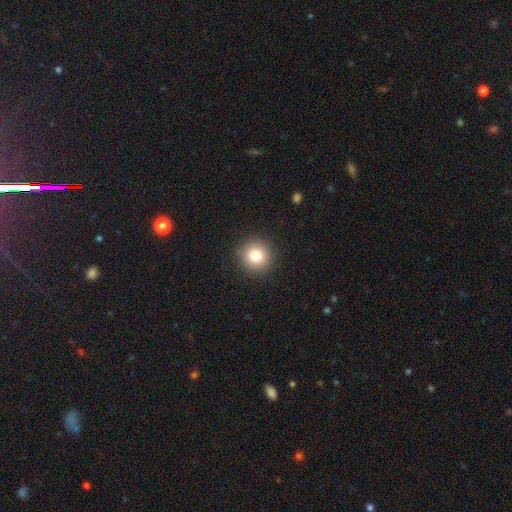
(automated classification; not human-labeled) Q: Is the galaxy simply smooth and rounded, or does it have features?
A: smooth — 81%.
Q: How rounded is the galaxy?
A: round — 94%.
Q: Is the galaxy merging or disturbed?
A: none — 91%.